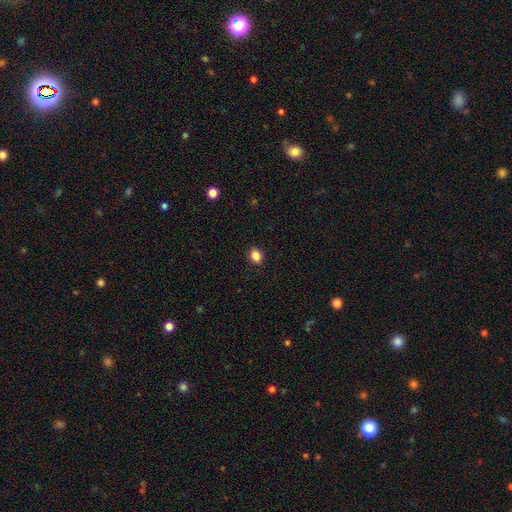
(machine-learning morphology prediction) A smooth galaxy with no disk features (86%) that is in between round and cigar-shaped (56%).

Vote fractions:
- Smooth or featured? smooth: 86% / star or artifact: 10% / featured or disk: 4%
- How rounded? in between: 56% / round: 43% / cigar-shaped: 1%
- Merging? none: 88% / minor disturbance: 9% / major disturbance: 2% / merger: 1%